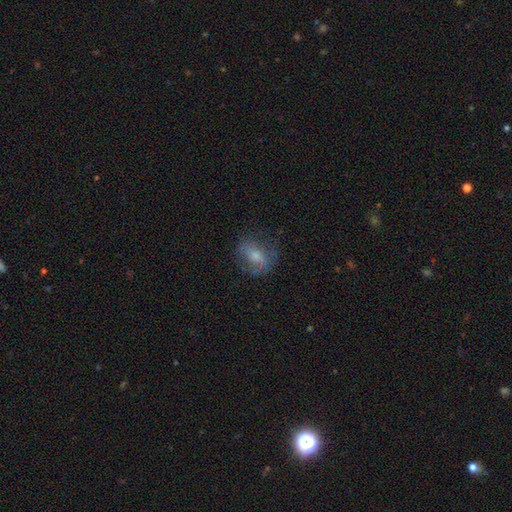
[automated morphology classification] type=smooth (55%); roundness=in between (65%); merging=none (60%).